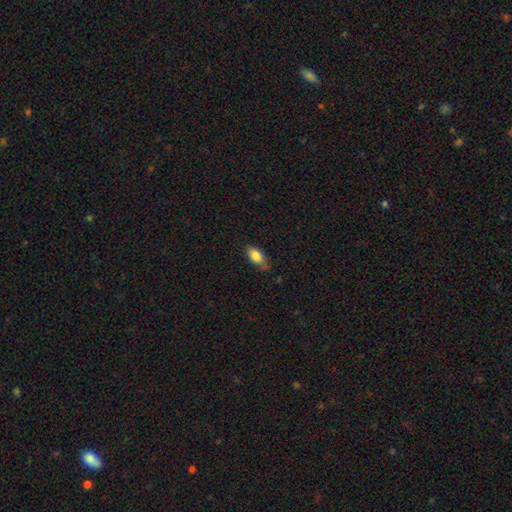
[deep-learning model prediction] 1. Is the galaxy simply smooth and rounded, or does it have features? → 84% smooth, 9% featured or disk, 8% star or artifact.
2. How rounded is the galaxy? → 89% in between, 6% cigar-shaped, 5% round.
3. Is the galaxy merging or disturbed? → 65% none, 28% minor disturbance, 5% major disturbance, 2% merger.